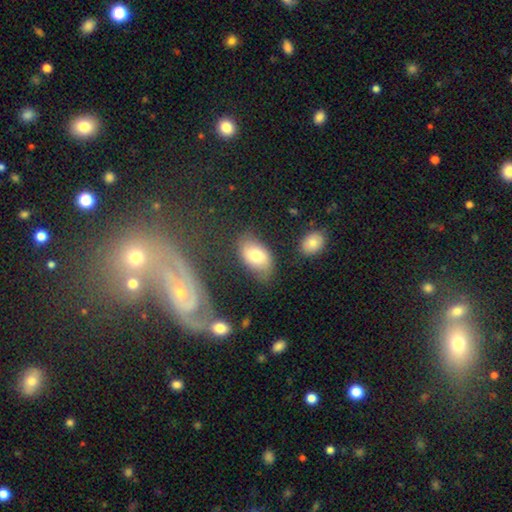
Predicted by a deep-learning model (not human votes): This appears to be a smooth galaxy with no disk features (73%) that is in between round and cigar-shaped (90%). Merging: none (72%).